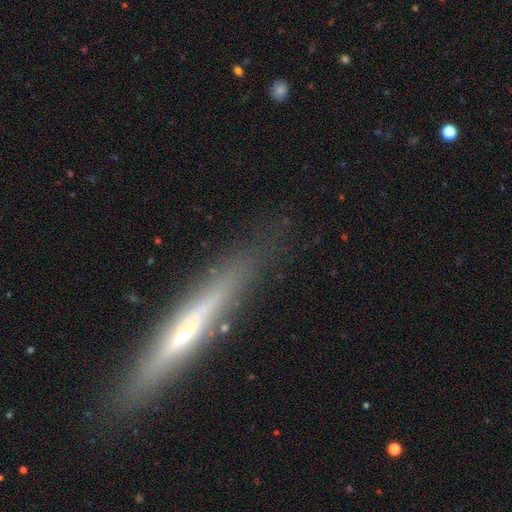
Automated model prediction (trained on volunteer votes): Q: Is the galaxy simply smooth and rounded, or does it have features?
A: featured or disk — 63%.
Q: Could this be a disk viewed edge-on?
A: yes — 92%.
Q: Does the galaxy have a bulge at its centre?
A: rounded — 52%.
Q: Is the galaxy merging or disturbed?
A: none — 82%.